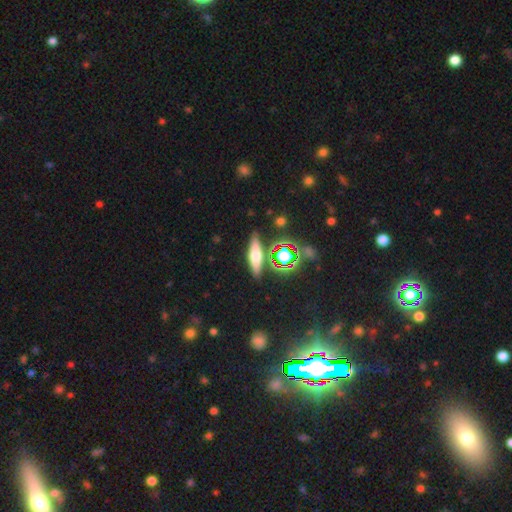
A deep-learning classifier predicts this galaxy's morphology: Overall: smooth (44%; featured or disk 34%). Merging: none (79%).